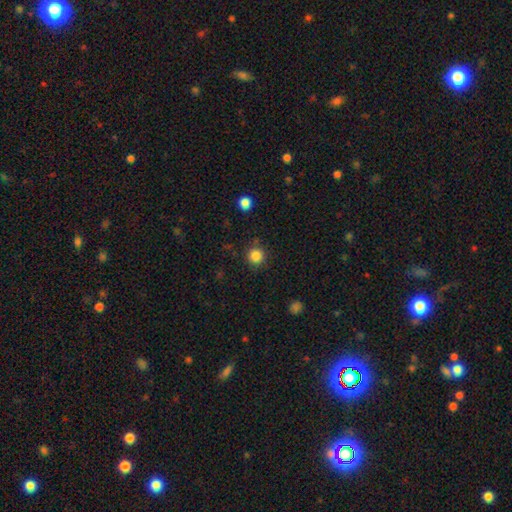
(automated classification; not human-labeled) A smooth galaxy with no disk features (85%) that is round (94%). Merging: none (87%).